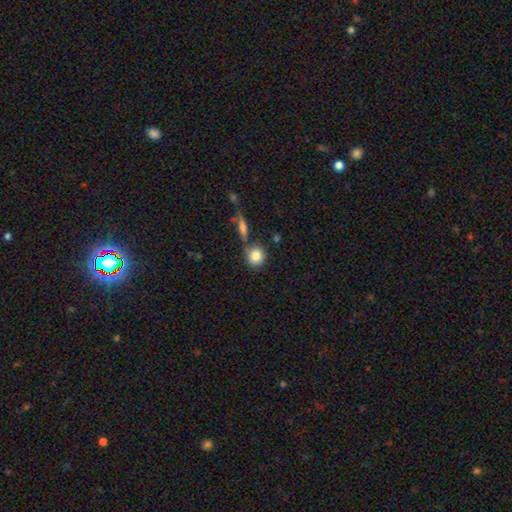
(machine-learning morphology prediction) The model was most divided on "merging": none: 71%, merger: 14%, minor disturbance: 11%, major disturbance: 3%. More confident: how rounded — round (85%); smooth or featured — smooth (83%).